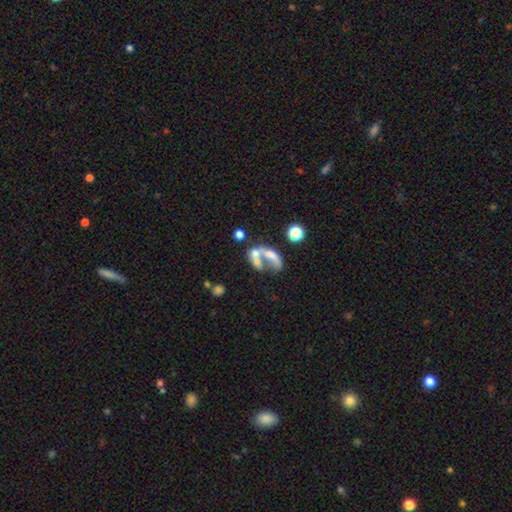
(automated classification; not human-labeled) A featured or disk galaxy (47%).

Vote fractions:
- Smooth or featured? featured or disk: 47% / smooth: 38% / star or artifact: 15%
- Merging? merger: 57% / major disturbance: 20% / none: 15% / minor disturbance: 7%